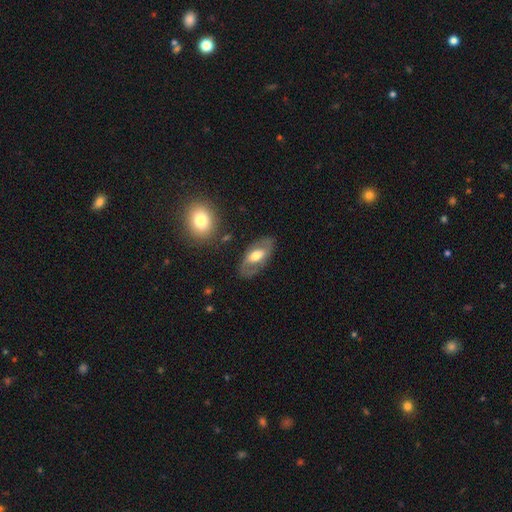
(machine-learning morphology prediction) Overall: featured or disk (55%; smooth 39%). Edge-on disk: no (87%). Merging: none (76%).